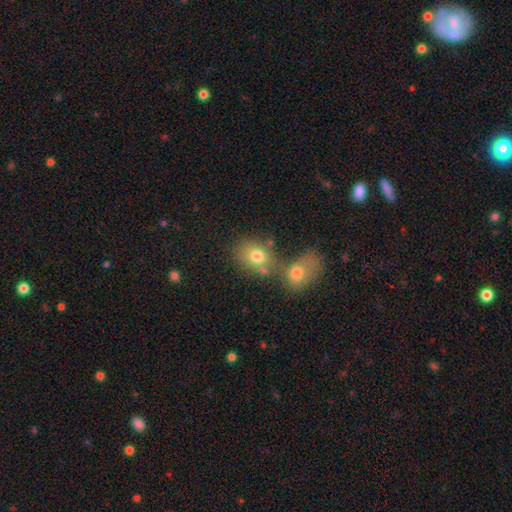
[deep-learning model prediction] smooth_or_featured: smooth (p=0.72) [alt: featured or disk p=0.15]
how_rounded: round (p=0.54) [alt: in between p=0.45]
merging: merger (p=0.47) [alt: none p=0.38]